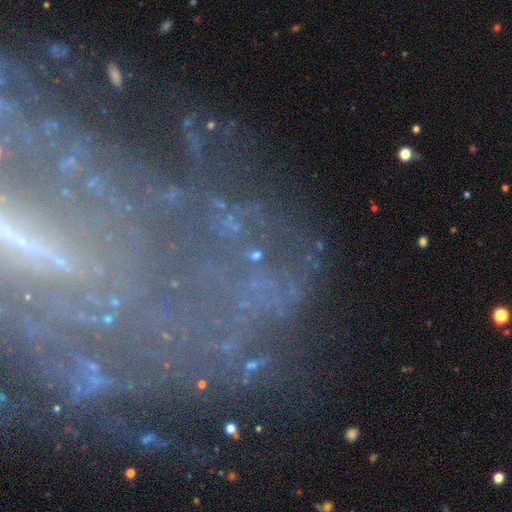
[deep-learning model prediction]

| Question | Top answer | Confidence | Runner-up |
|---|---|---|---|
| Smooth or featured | star or artifact | 47% | featured or disk (37%) |